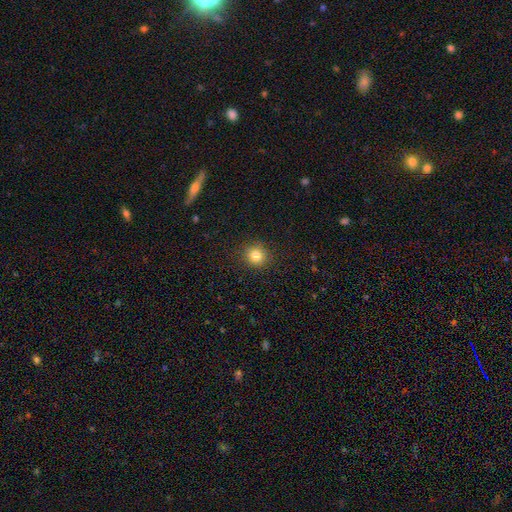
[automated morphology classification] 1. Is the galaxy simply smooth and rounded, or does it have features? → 81% smooth, 13% star or artifact, 6% featured or disk.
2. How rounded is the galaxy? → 90% round, 9% in between, 1% cigar-shaped.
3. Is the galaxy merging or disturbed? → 91% none, 6% minor disturbance, 2% major disturbance, 1% merger.